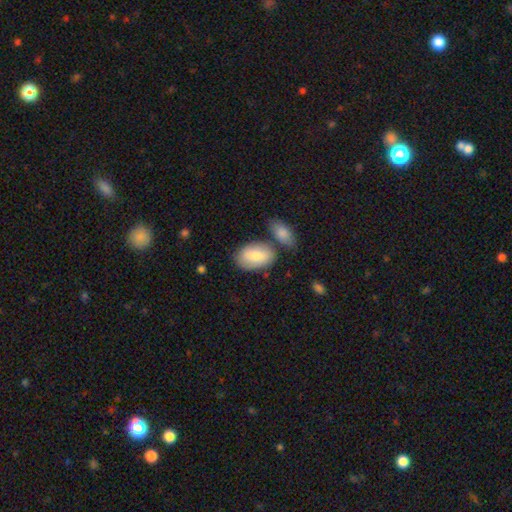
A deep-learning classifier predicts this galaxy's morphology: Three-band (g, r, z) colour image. It shows a smooth galaxy with no disk features (77%) that is in between round and cigar-shaped (90%). Merging: none (62%).